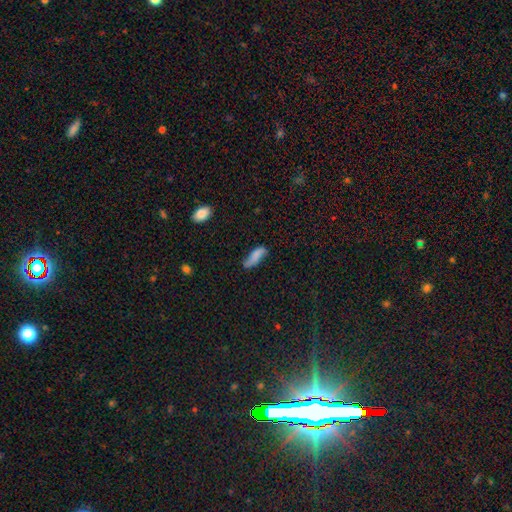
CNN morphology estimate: This appears to be a smooth galaxy with no disk features (68%) that is in between round and cigar-shaped (55%). Merging: none (60%).